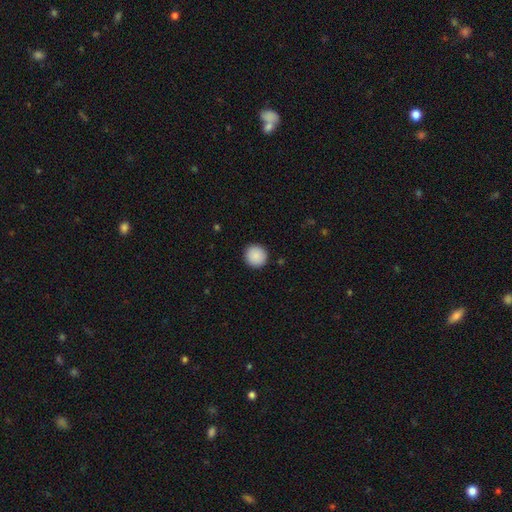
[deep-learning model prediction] smooth_or_featured: smooth (p=0.90) [alt: star or artifact p=0.07]
how_rounded: round (p=0.95) [alt: in between p=0.04]
merging: none (p=0.93) [alt: minor disturbance p=0.05]